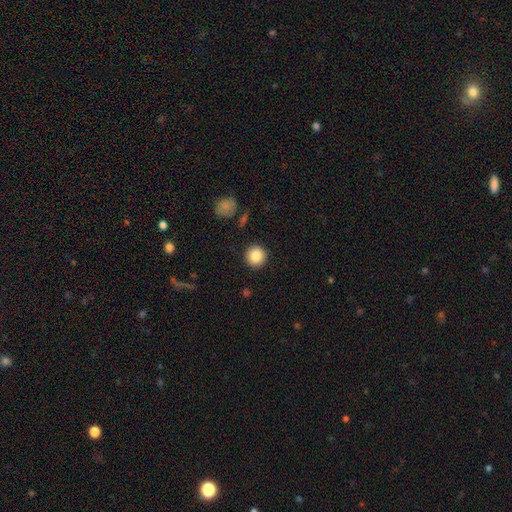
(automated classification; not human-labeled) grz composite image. It shows a smooth galaxy with no disk features (85%) that is round (95%). Merging: none (91%).